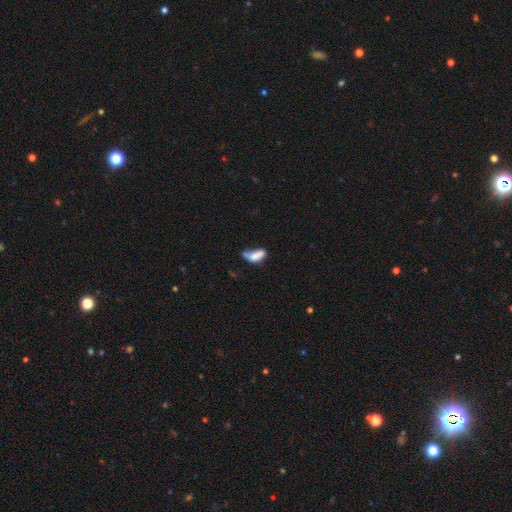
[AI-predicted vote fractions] The model was most divided on "merging": merger: 29%, none: 25%, minor disturbance: 24%, major disturbance: 22%. More confident: how rounded — in between (80%); smooth or featured — smooth (71%).